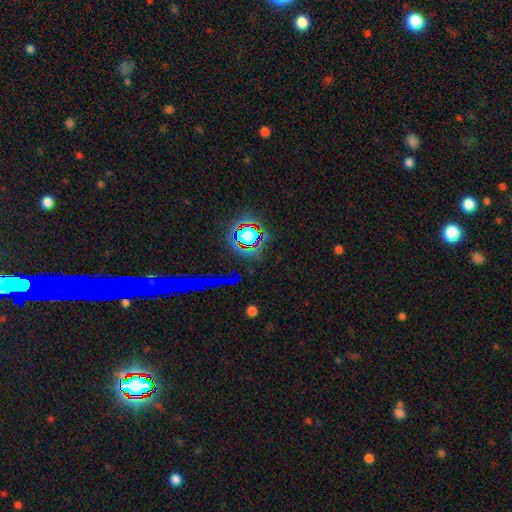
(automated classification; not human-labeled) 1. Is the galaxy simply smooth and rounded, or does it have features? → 70% star or artifact, 17% featured or disk, 13% smooth.